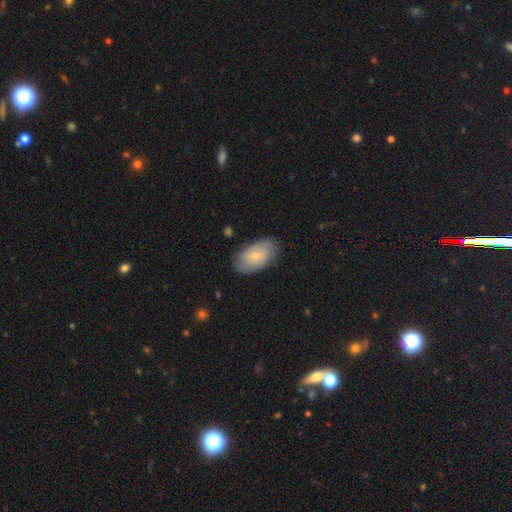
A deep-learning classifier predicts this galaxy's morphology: A smooth galaxy with no disk features (61%) that is in between round and cigar-shaped (93%).

Vote fractions:
- Smooth or featured? smooth: 61% / featured or disk: 33% / star or artifact: 7%
- How rounded? in between: 93% / round: 5% / cigar-shaped: 2%
- Merging? none: 80% / minor disturbance: 15% / major disturbance: 3% / merger: 1%